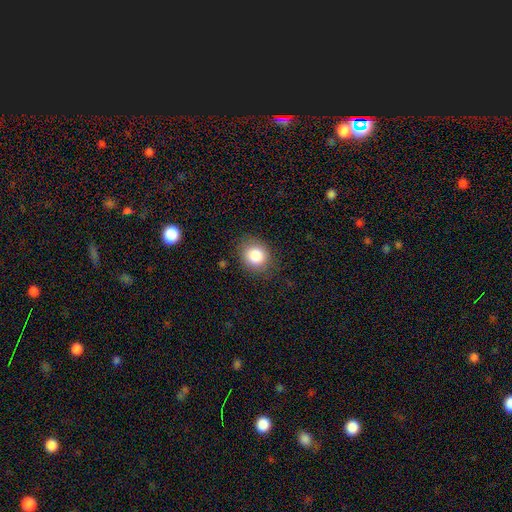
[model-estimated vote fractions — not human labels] The model was most divided on "how rounded": round: 73%, in between: 26%, cigar-shaped: 1%. More confident: smooth or featured — smooth (84%); merging — none (82%).